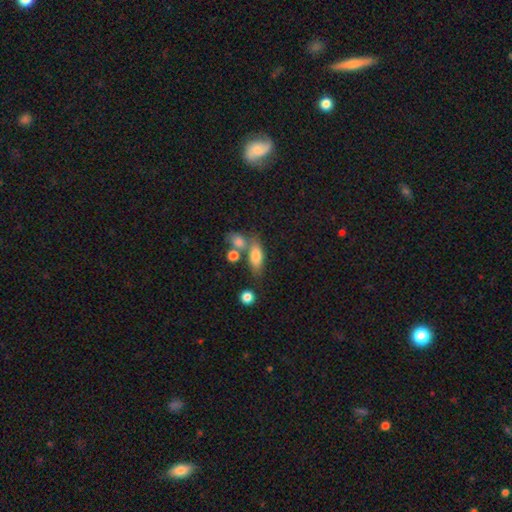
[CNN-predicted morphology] smooth 75%, featured or disk 16%, star or artifact 8%. Down the decision tree: how rounded — in between (75%); merging — none (53%).